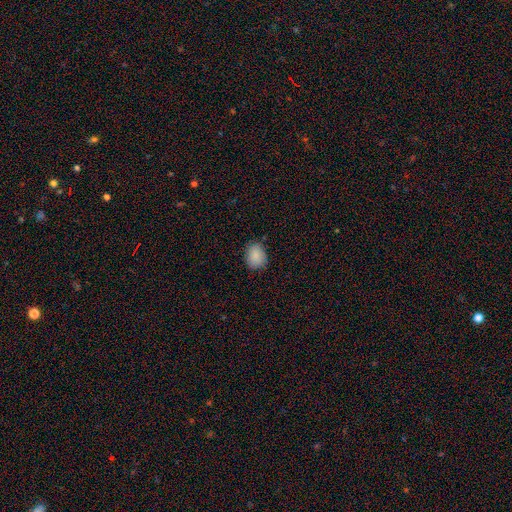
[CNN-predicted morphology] smooth-or-featured: smooth: 88% | star or artifact: 8% | featured or disk: 5%
  how-rounded: in between: 58% | round: 41% | cigar-shaped: 1%
  merging: none: 76% | minor disturbance: 19% | major disturbance: 3% | merger: 1%